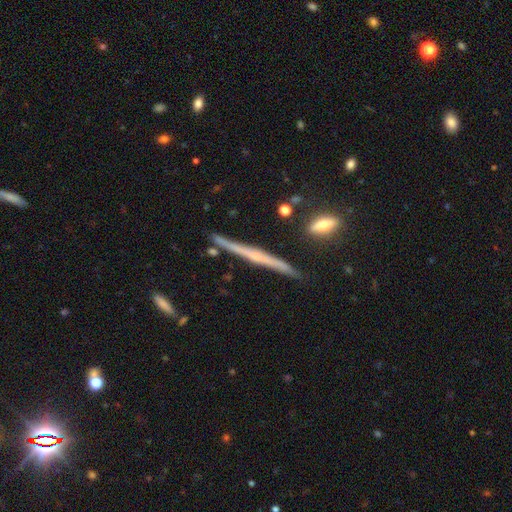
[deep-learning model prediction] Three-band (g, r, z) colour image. It shows a featured or disk galaxy (70%) viewed edge-on (97%) with no central bulge (54%). Merging: none (85%).